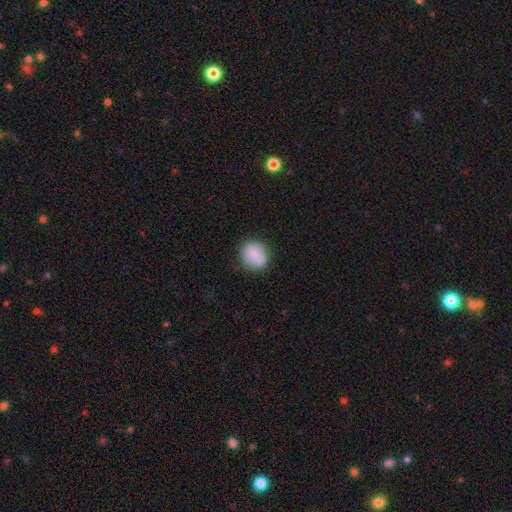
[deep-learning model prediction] The model was most divided on "how rounded": round: 76%, in between: 23%, cigar-shaped: 1%. More confident: smooth or featured — smooth (80%); merging — none (79%).